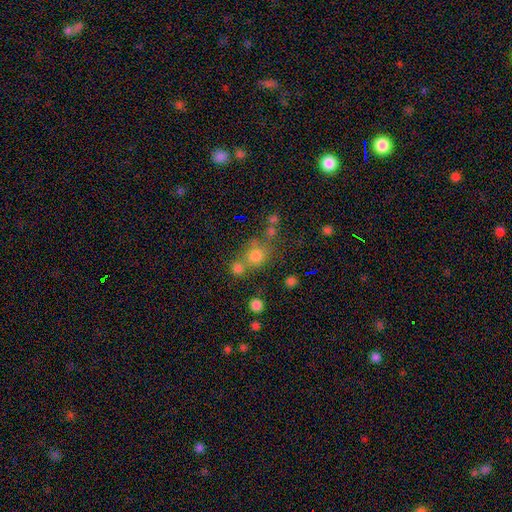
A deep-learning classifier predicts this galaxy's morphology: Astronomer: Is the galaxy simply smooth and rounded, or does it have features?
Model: smooth — 71%.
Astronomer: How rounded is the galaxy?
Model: round — 83%.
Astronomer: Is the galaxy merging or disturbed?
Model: none — 56%.